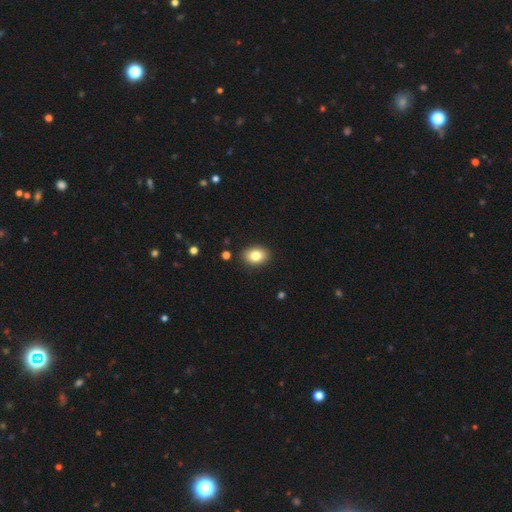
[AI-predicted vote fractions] This is clearly a smooth galaxy (82%). How rounded: likely in between (77%). Merging: clearly none (89%).